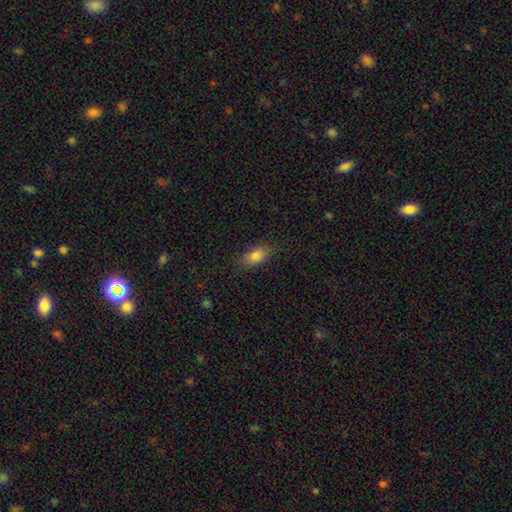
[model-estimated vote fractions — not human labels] smooth_or_featured: smooth (p=0.80) [alt: featured or disk p=0.10]
how_rounded: in between (p=0.85) [alt: round p=0.08]
merging: none (p=0.83) [alt: minor disturbance p=0.12]